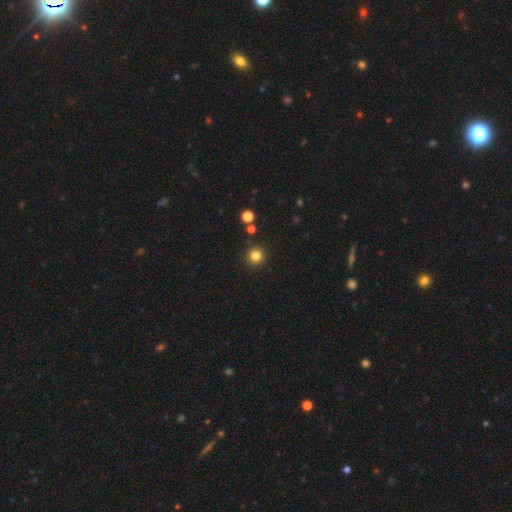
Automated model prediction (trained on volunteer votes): Overall: smooth (82%). How rounded: round (94%). Merging: none (90%).